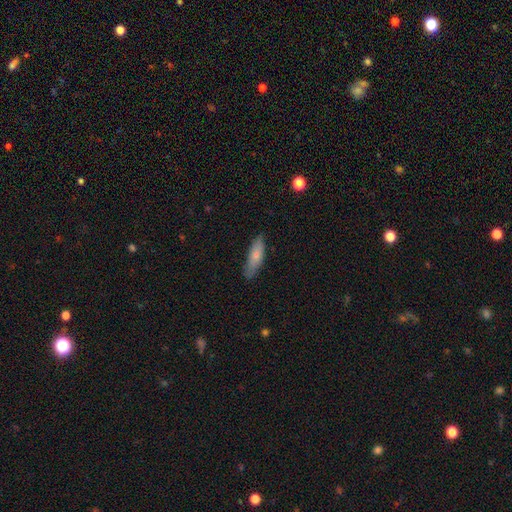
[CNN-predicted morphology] A smooth galaxy with no disk features (65%) that is cigar-shaped (54%). Merging: none (80%).